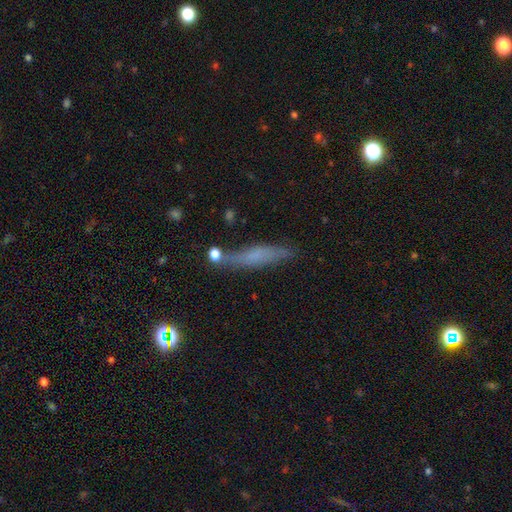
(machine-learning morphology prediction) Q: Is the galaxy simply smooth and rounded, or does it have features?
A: smooth — 51%.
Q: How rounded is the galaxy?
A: cigar-shaped — 84%.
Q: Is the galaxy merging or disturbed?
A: none — 72%.